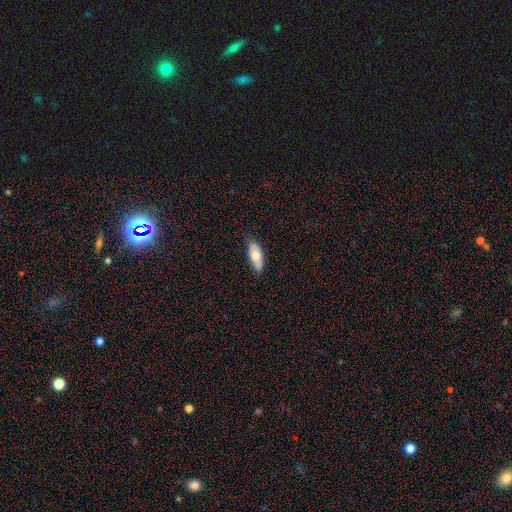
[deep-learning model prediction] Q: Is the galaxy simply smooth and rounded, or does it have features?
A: smooth — 63%.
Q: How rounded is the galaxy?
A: in between — 79%.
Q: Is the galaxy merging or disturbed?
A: none — 81%.